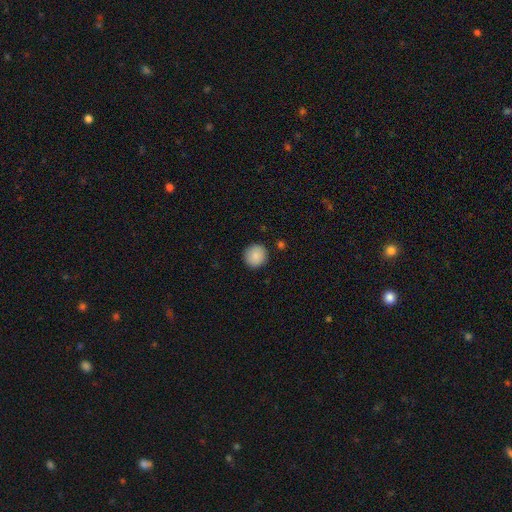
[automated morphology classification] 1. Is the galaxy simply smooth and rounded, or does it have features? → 88% smooth, 7% star or artifact, 5% featured or disk.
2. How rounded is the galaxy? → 93% round, 6% in between, 1% cigar-shaped.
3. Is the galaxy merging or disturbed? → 90% none, 7% minor disturbance, 2% major disturbance, 1% merger.